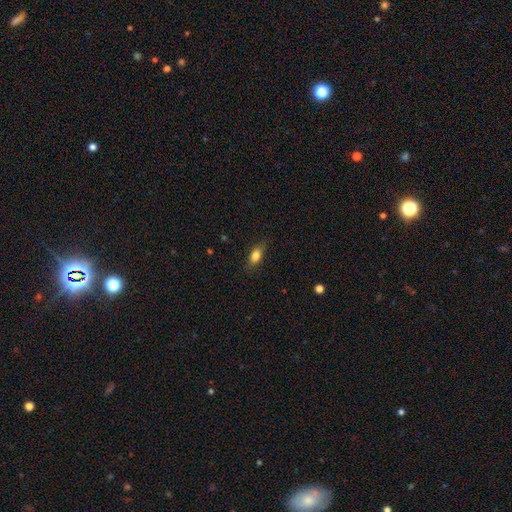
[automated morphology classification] This appears to be a smooth galaxy with no disk features (79%) that is in between round and cigar-shaped (79%). Merging: none (81%).